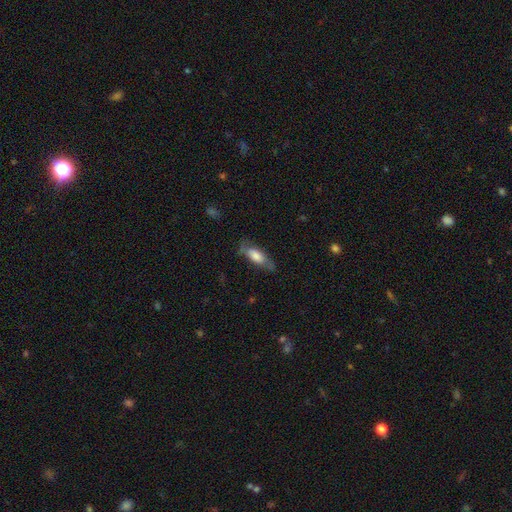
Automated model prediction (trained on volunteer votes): A smooth galaxy with no disk features (63%) that is in between round and cigar-shaped (65%). Merging: none (64%).